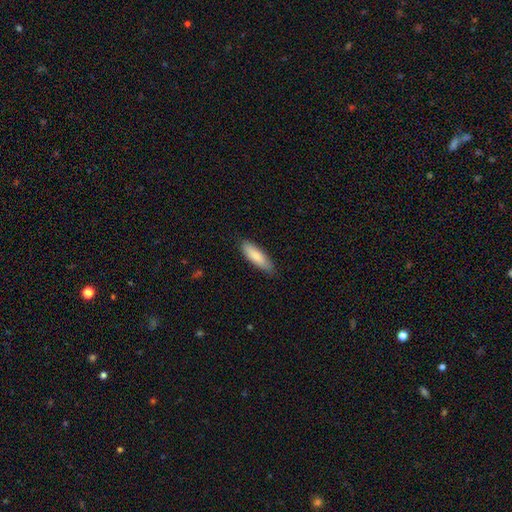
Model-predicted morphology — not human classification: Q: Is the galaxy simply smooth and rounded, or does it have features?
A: smooth — 83%.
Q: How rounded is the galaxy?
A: cigar-shaped — 51%.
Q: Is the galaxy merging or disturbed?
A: none — 82%.